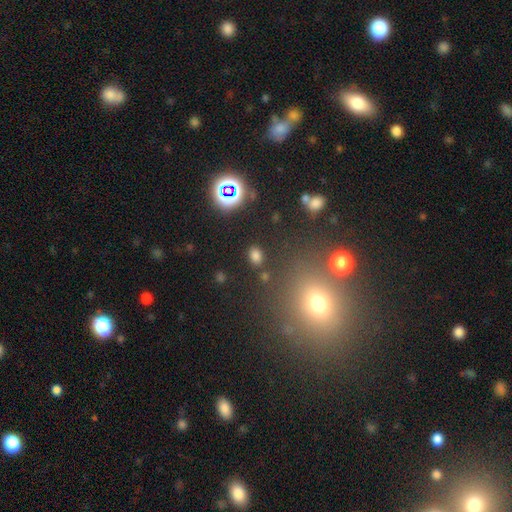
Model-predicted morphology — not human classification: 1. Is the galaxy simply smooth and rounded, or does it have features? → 74% smooth, 20% star or artifact, 6% featured or disk.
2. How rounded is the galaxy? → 71% in between, 28% round, 2% cigar-shaped.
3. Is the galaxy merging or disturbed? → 83% none, 9% minor disturbance, 4% merger, 4% major disturbance.